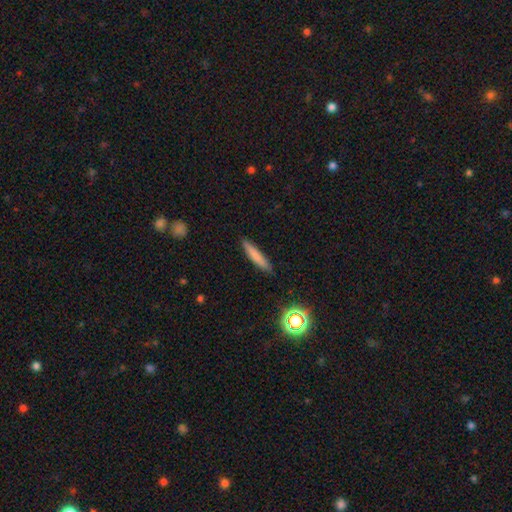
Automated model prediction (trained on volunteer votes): This appears to be a smooth galaxy with no disk features (77%) that is cigar-shaped (89%). Merging: none (88%).